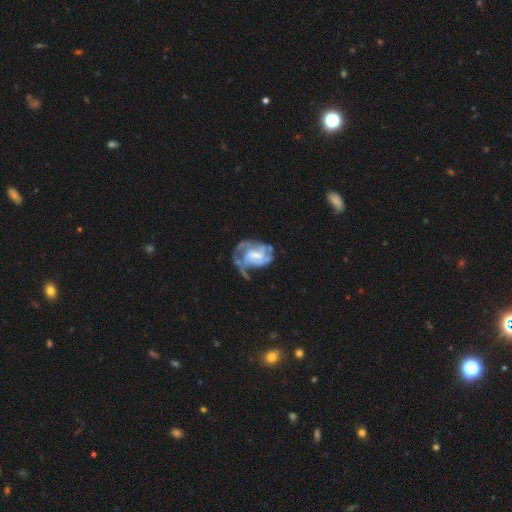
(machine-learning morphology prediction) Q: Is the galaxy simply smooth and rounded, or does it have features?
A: featured or disk — 81%.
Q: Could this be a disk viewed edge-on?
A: no — 98%.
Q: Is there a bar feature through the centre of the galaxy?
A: weak — 48%.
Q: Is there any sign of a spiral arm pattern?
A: yes — 89%.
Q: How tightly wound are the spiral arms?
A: medium — 41%.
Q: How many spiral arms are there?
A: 2 — 28%, tied with can't tell.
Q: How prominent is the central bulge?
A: moderate — 34%.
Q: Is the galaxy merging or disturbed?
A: major disturbance — 39%.